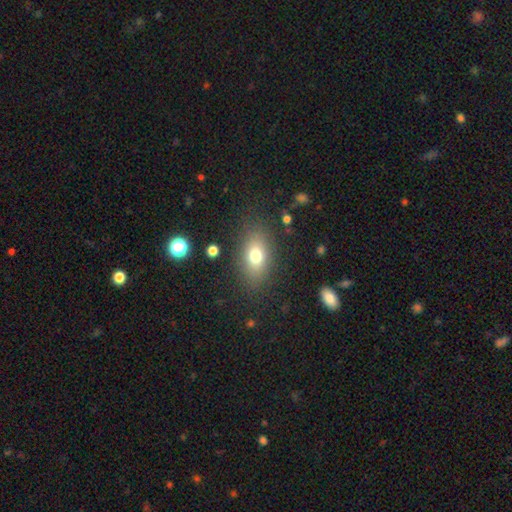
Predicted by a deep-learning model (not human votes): smooth 73%, featured or disk 15%, star or artifact 12%. Down the decision tree: how rounded — in between (79%); merging — none (82%).